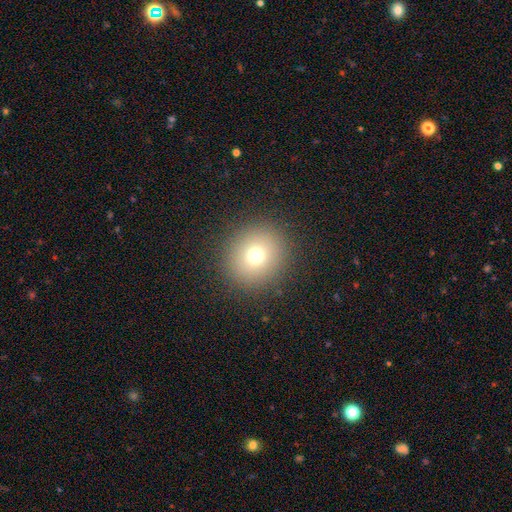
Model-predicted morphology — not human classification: The model was most divided on "smooth or featured": smooth: 71%, star or artifact: 18%, featured or disk: 11%. More confident: how rounded — round (90%); merging — none (90%).